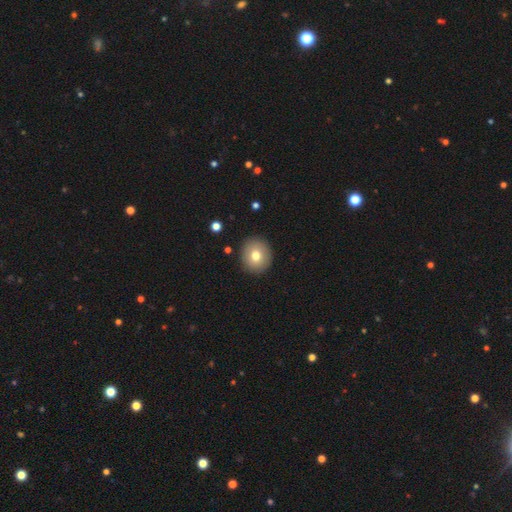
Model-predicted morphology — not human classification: Overall: smooth (75%). How rounded: round (86%). Merging: none (91%).